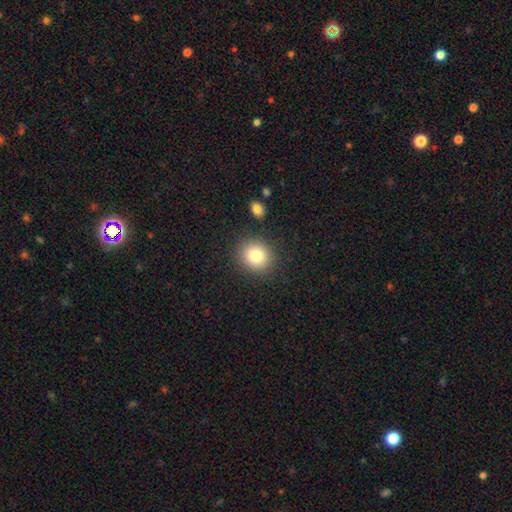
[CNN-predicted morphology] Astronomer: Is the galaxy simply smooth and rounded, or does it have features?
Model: smooth — 81%.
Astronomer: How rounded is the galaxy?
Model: round — 79%.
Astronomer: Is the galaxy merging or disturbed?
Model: none — 87%.